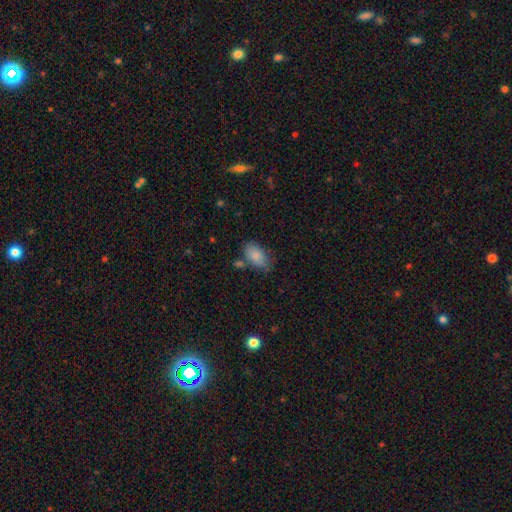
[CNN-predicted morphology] A smooth galaxy with no disk features (85%) that is in between round and cigar-shaped (93%).

Vote fractions:
- Smooth or featured? smooth: 85% / featured or disk: 8% / star or artifact: 7%
- How rounded? in between: 93% / round: 5% / cigar-shaped: 2%
- Merging? none: 66% / minor disturbance: 20% / merger: 9% / major disturbance: 5%